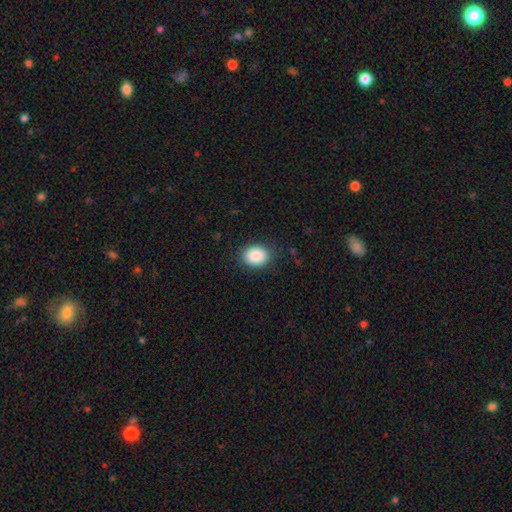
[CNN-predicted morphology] This appears to be a smooth galaxy with no disk features (88%) that is in between round and cigar-shaped (52%). Merging: none (86%).